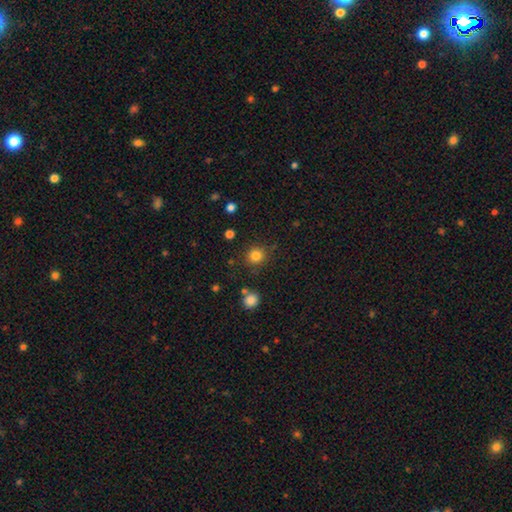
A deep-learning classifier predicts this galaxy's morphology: The model was most divided on "smooth or featured": smooth: 82%, star or artifact: 13%, featured or disk: 5%. More confident: how rounded — round (92%); merging — none (84%).